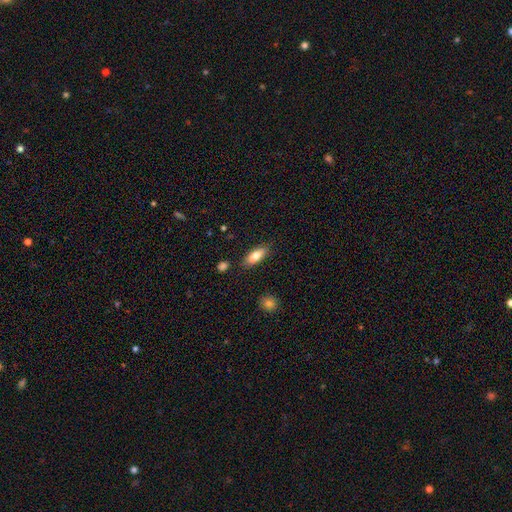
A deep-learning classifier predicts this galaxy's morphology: Smooth or featured? Predicted: smooth (p=0.78). How rounded? Predicted: in between (p=0.73). Merging? Predicted: none (p=0.84).